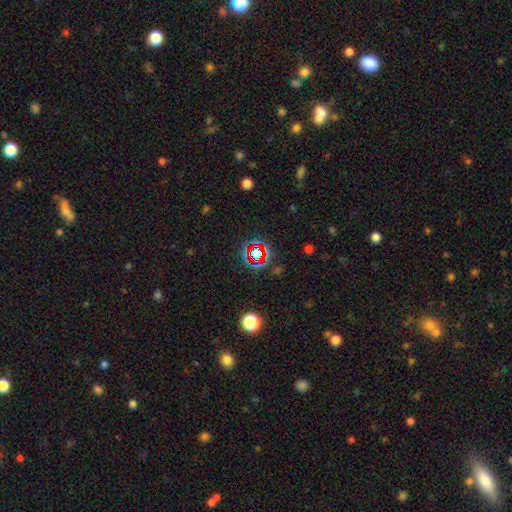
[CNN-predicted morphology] Smooth or featured: star or artifact — 72% (smooth — 18%)